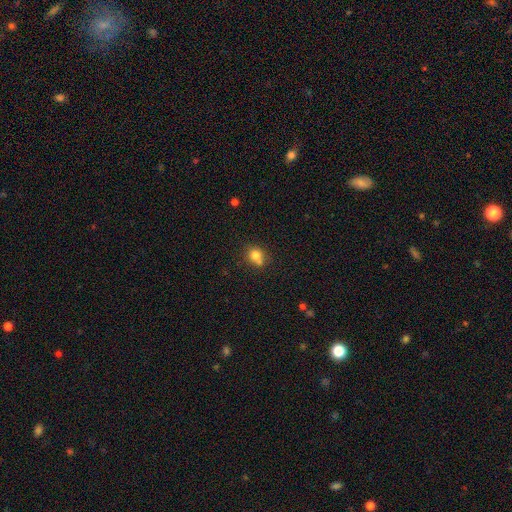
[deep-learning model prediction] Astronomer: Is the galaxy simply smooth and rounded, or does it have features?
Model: smooth — 79%.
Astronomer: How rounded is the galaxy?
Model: round — 73%.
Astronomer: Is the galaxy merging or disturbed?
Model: none — 56%.